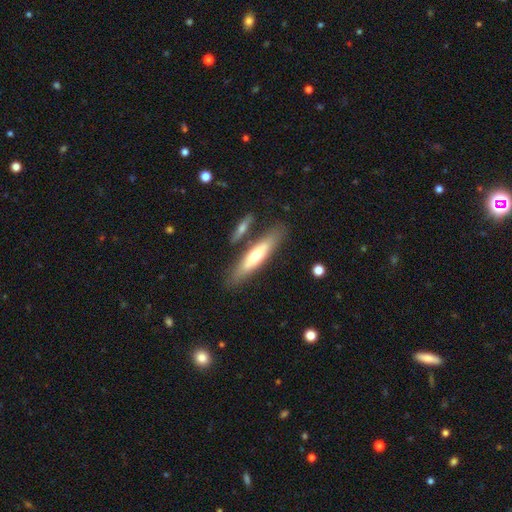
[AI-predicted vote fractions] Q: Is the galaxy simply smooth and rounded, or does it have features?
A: smooth — 53%.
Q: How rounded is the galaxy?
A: cigar-shaped — 78%.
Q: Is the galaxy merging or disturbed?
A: none — 76%.